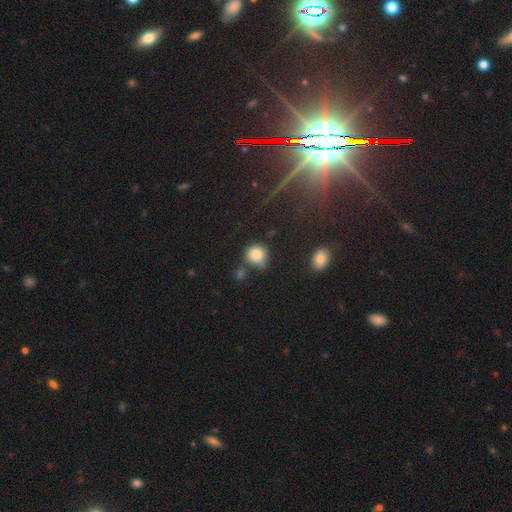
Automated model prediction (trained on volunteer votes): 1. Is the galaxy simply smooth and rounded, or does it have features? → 82% smooth, 10% star or artifact, 8% featured or disk.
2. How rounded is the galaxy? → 83% round, 16% in between, 1% cigar-shaped.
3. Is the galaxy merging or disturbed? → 55% none, 24% minor disturbance, 14% merger, 8% major disturbance.